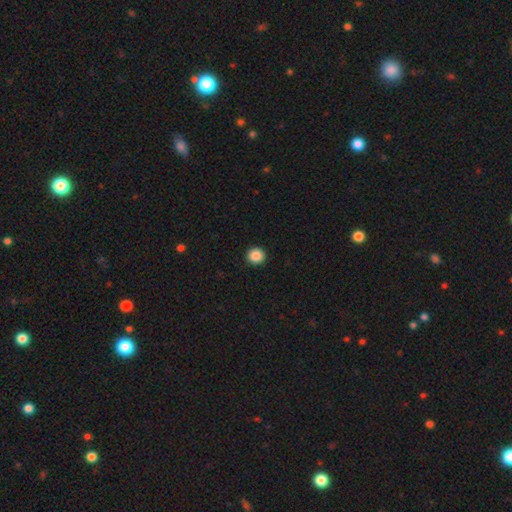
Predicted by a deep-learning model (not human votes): Smooth or featured: smooth — 88% (star or artifact — 9%)
How rounded: round — 93% (in between — 6%)
Merging: none — 93% (minor disturbance — 4%)